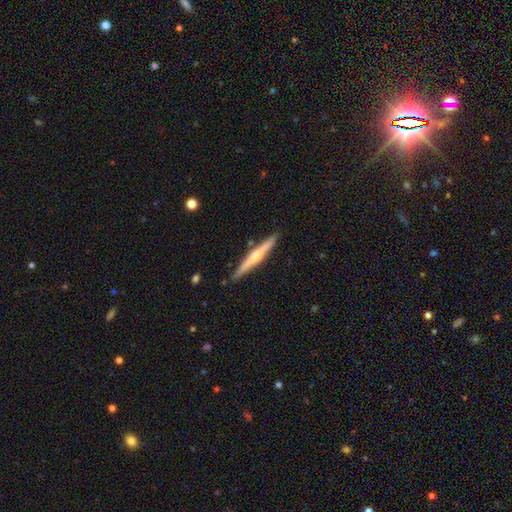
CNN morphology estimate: featured or disk 64%, smooth 30%, star or artifact 6%. Down the decision tree: edge-on disk — yes (97%); edge-on bulge — rounded (79%); merging — none (88%).